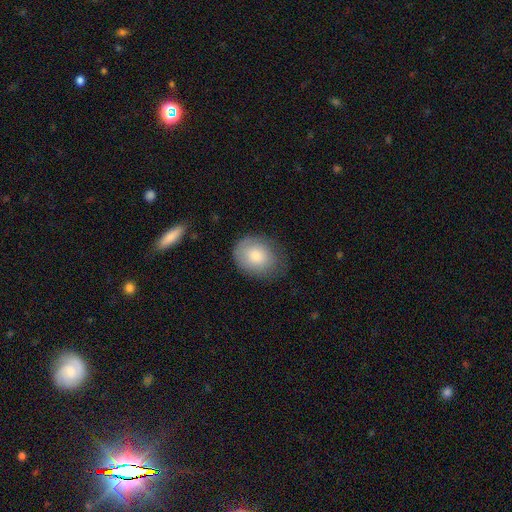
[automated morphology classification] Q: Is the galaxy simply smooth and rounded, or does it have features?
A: smooth — 79%.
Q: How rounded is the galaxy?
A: round — 53%.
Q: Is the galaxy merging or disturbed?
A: none — 65%.